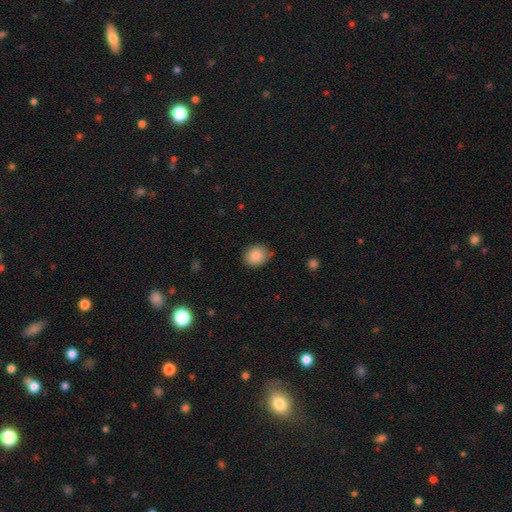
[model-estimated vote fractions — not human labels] This appears to be a smooth galaxy with no disk features (88%) that is round (69%). Merging: none (80%).